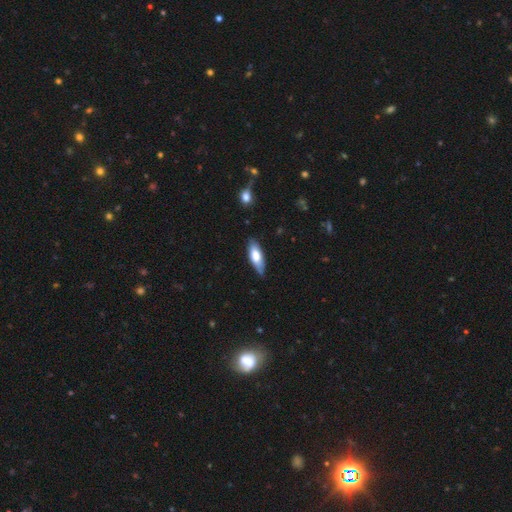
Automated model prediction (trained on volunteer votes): smooth_or_featured: smooth (p=0.69) [alt: featured or disk p=0.25]
how_rounded: in between (p=0.69) [alt: cigar-shaped p=0.29]
merging: none (p=0.75) [alt: minor disturbance p=0.20]